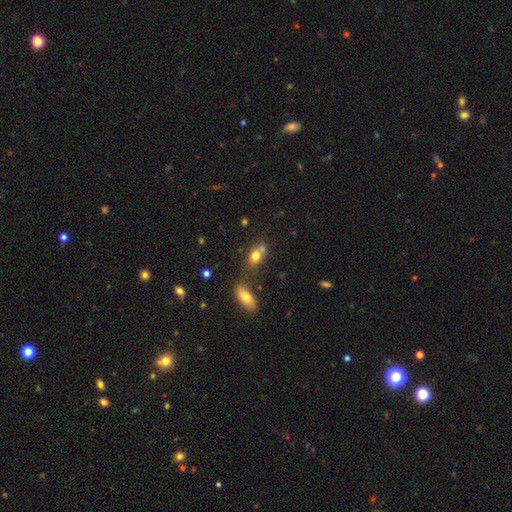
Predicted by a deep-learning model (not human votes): smooth-or-featured: smooth: 76% | featured or disk: 14% | star or artifact: 10%
  how-rounded: in between: 73% | round: 22% | cigar-shaped: 5%
  merging: none: 41% | merger: 40% | minor disturbance: 14% | major disturbance: 5%